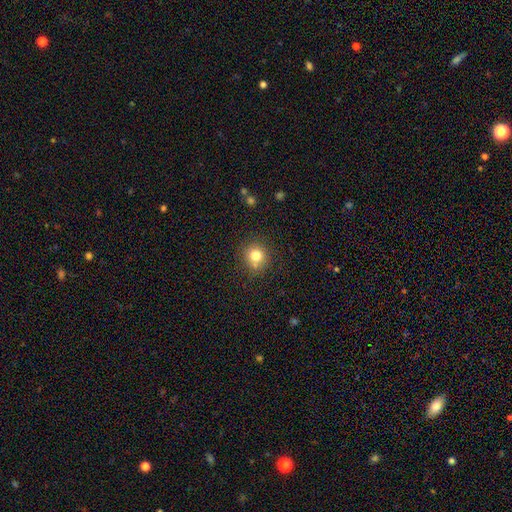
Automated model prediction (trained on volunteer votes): This is likely a smooth galaxy (78%). How rounded: clearly round (91%). Merging: likely none (75%).